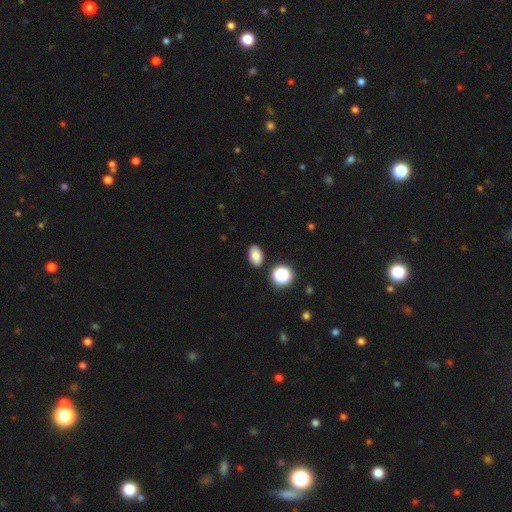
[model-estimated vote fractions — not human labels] smooth_or_featured: smooth (p=0.82) [alt: star or artifact p=0.12]
how_rounded: in between (p=0.88) [alt: round p=0.11]
merging: none (p=0.86) [alt: minor disturbance p=0.09]